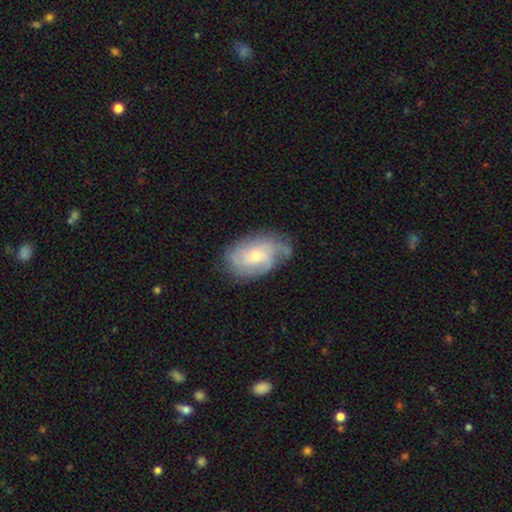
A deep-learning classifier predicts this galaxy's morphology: Smooth or featured? Predicted: featured or disk (p=0.75). Edge-on disk? Predicted: no (p=0.96). Bar? Predicted: no (p=0.65). Spiral arms? Predicted: yes (p=0.93). Spiral winding? Predicted: tight (p=0.52). Spiral arm count? Predicted: can't tell (p=0.36). Bulge size? Predicted: small (p=0.57). Merging? Predicted: none (p=0.67).